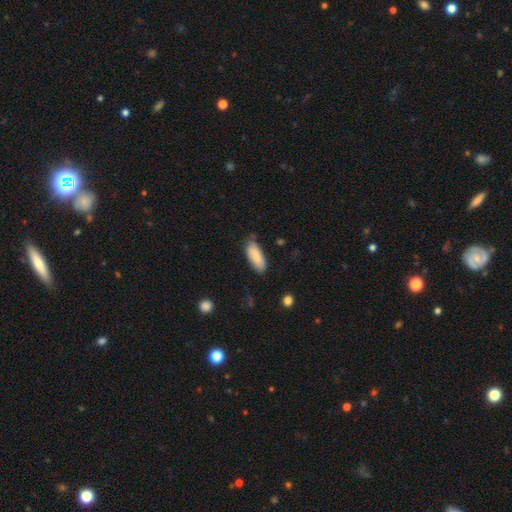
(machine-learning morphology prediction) Overall: smooth (85%). How rounded: in between (75%). Merging: none (76%).